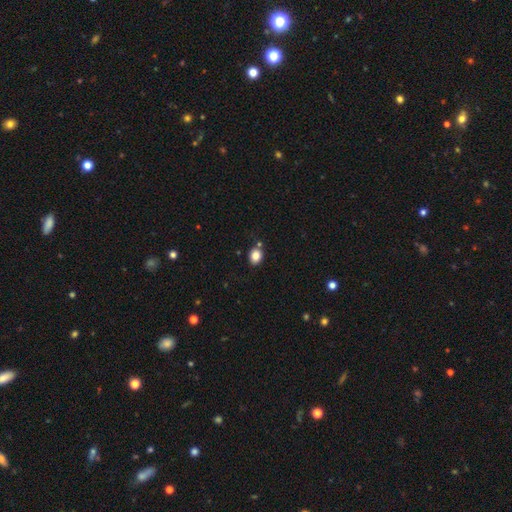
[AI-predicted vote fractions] Smooth or featured: smooth — 84% (star or artifact — 10%)
How rounded: round — 54% (in between — 46%)
Merging: none — 77% (minor disturbance — 12%)